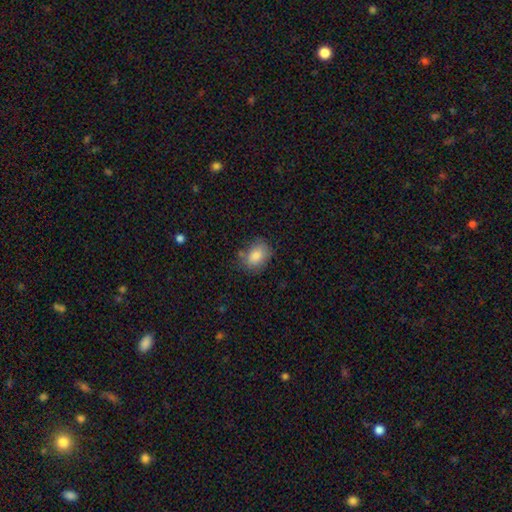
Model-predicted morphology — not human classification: The model was most divided on "merging": none: 69%, minor disturbance: 21%, major disturbance: 5%, merger: 5%. More confident: smooth or featured — smooth (85%); how rounded — in between (76%).